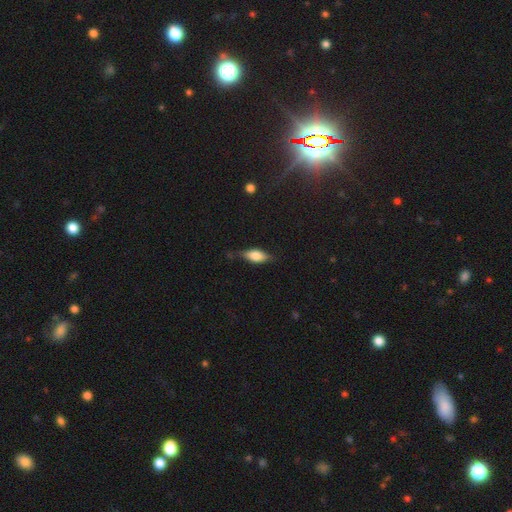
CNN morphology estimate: smooth-or-featured: smooth: 68% | featured or disk: 25% | star or artifact: 7%
  how-rounded: in between: 79% | cigar-shaped: 17% | round: 3%
  merging: none: 72% | minor disturbance: 21% | major disturbance: 5% | merger: 2%